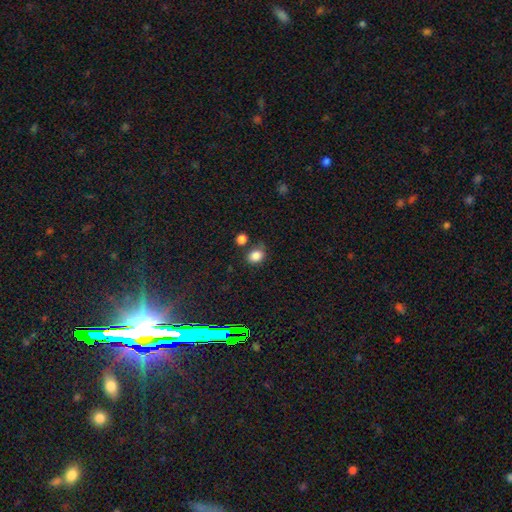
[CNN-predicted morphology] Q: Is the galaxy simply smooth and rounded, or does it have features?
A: smooth — 83%.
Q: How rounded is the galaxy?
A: round — 51%.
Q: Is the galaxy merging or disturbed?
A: none — 66%.